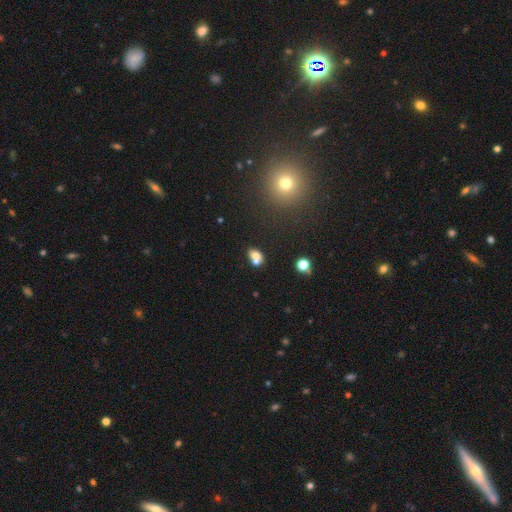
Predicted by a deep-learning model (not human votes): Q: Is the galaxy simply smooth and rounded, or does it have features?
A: smooth — 69%.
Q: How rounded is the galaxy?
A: in between — 62%.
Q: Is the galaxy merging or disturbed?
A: merger — 56%.